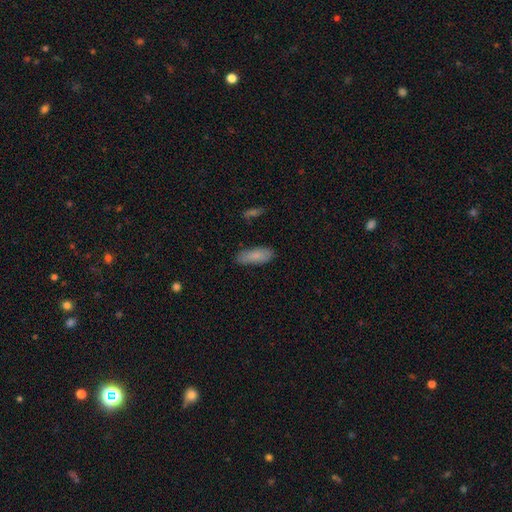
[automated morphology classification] A smooth galaxy with no disk features (83%) that is in between round and cigar-shaped (69%). Merging: none (80%).